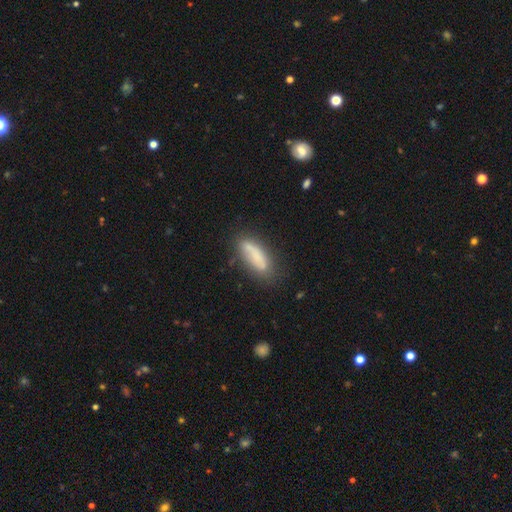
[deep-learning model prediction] Smooth or featured? Predicted: smooth (p=0.72). How rounded? Predicted: cigar-shaped (p=0.49, tied with in between). Merging? Predicted: none (p=0.62).